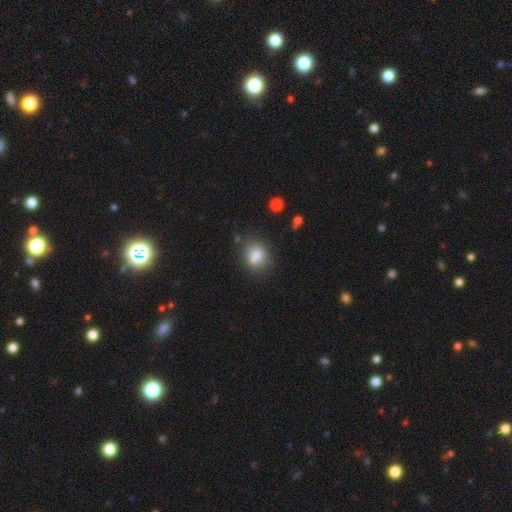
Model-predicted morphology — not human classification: Smooth or featured?
  - smooth: 77% *
  - featured or disk: 13%
  - star or artifact: 10%
How rounded?
  - round: 50% *
  - in between: 49%
  - cigar-shaped: 2%
Merging?
  - none: 68% *
  - minor disturbance: 17%
  - merger: 10%
  - major disturbance: 5%